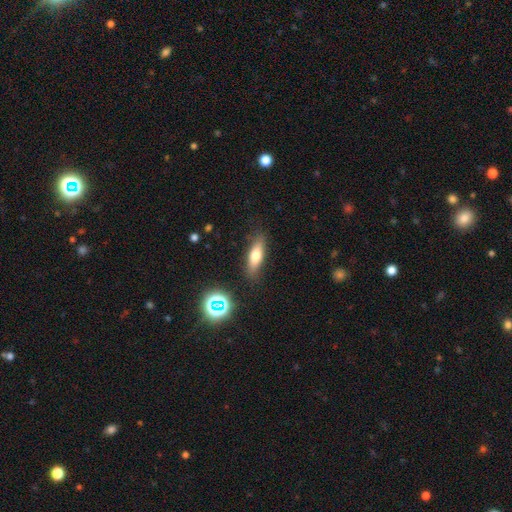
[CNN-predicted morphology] Smooth or featured: smooth — 65% (featured or disk — 25%)
How rounded: in between — 50% (cigar-shaped — 46%)
Merging: none — 83% (minor disturbance — 12%)